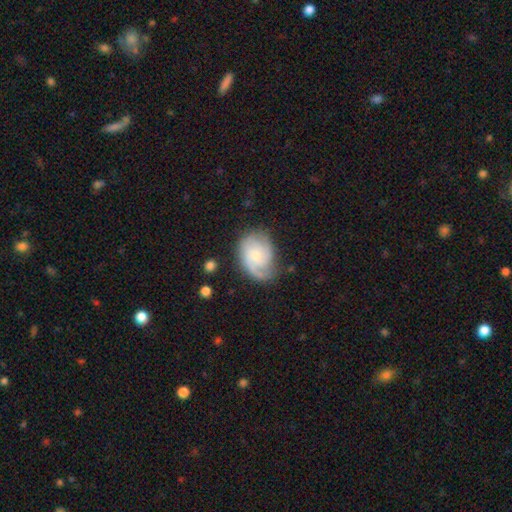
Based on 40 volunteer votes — Smooth or featured? 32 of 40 (80%) said featured or disk. Edge-on disk? 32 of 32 (100%) said no. Bar? 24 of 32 (75%) said no. Spiral arms? 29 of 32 (91%) said yes. Spiral winding? 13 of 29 (45%) said tight. Spiral arm count? 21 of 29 (72%) said 2. Bulge size? 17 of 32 (53%) said small. Merging? 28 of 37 (76%) said none.